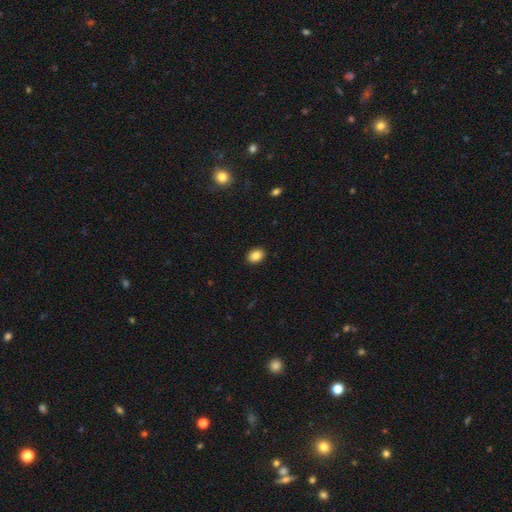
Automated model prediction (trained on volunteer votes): Smooth or featured? Predicted: smooth (p=0.86). How rounded? Predicted: in between (p=0.67). Merging? Predicted: none (p=0.90).